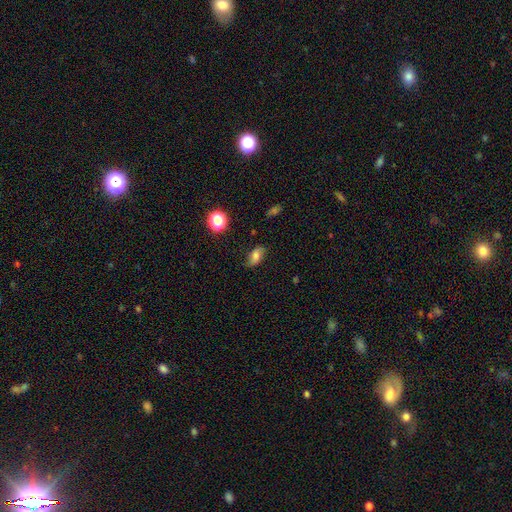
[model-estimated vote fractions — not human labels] Smooth or featured?
  - smooth: 59% *
  - featured or disk: 28%
  - star or artifact: 13%
How rounded?
  - in between: 84% *
  - round: 11%
  - cigar-shaped: 4%
Merging?
  - none: 75% *
  - minor disturbance: 19%
  - major disturbance: 5%
  - merger: 2%